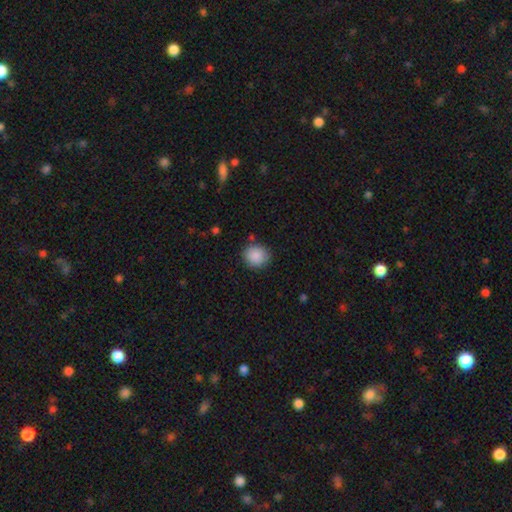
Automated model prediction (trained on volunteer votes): This is clearly a smooth galaxy (89%). How rounded: clearly round (83%). Merging: clearly none (85%).